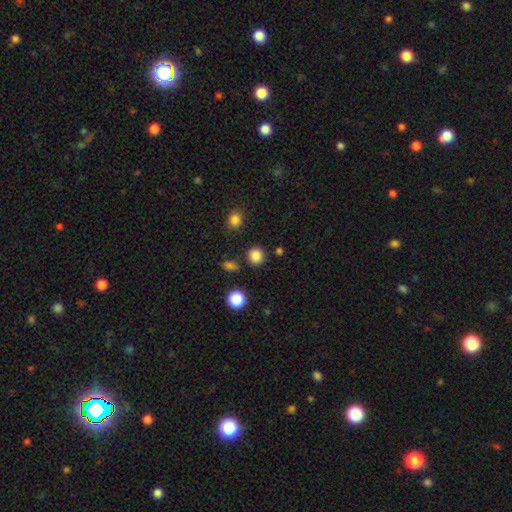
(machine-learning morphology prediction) Smooth or featured? smooth (84%)
How rounded? round (91%)
Merging? none (88%)